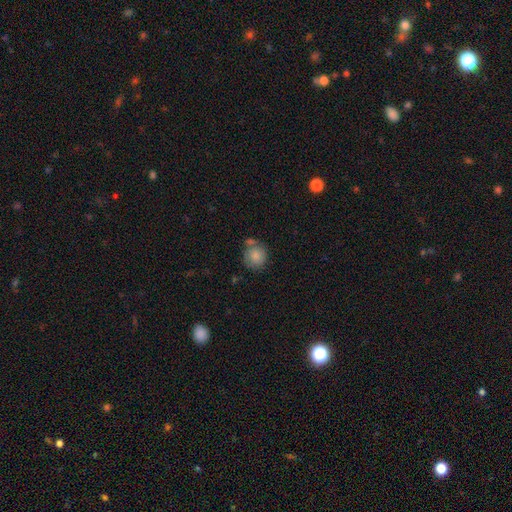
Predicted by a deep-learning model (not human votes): Overall: smooth (82%). How rounded: round (86%). Merging: none (58%; merger 20%).